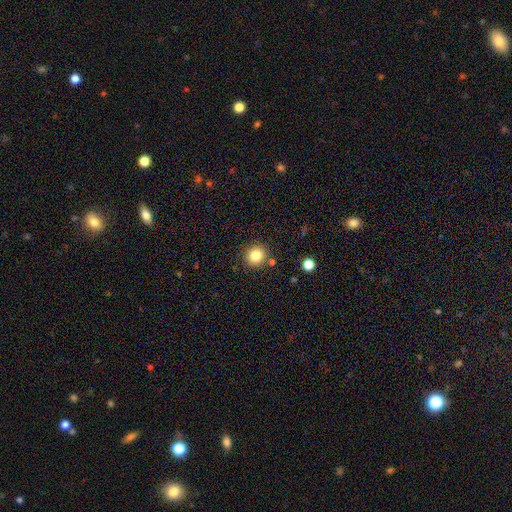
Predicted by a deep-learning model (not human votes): A smooth galaxy with no disk features (82%) that is round (90%).

Vote fractions:
- Smooth or featured? smooth: 82% / star or artifact: 11% / featured or disk: 6%
- How rounded? round: 90% / in between: 9% / cigar-shaped: 1%
- Merging? none: 85% / minor disturbance: 8% / merger: 5% / major disturbance: 2%